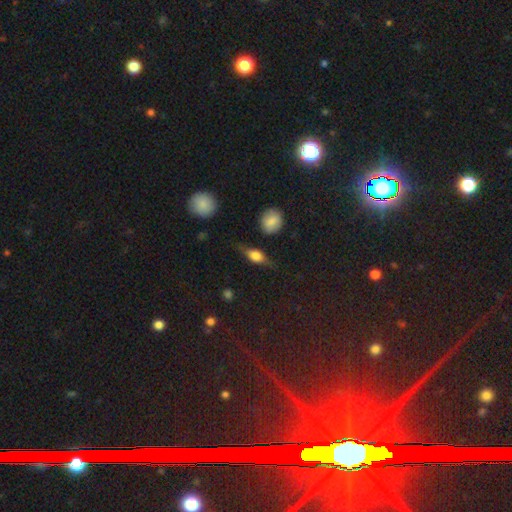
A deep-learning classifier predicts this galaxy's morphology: This is possibly a smooth galaxy (47%). Merging: likely none (70%).